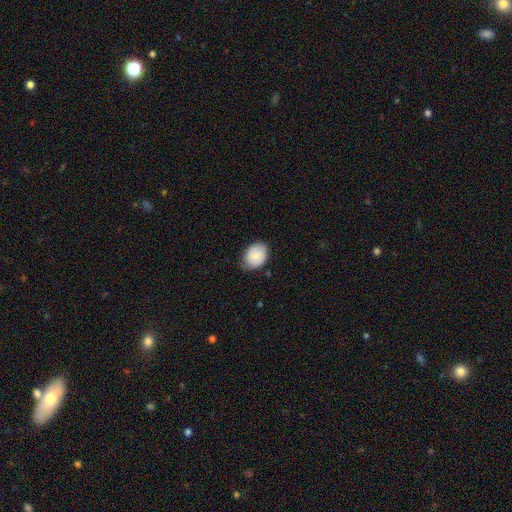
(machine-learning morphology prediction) smooth 79%, featured or disk 14%, star or artifact 7%. Down the decision tree: how rounded — in between (62%); merging — none (72%).